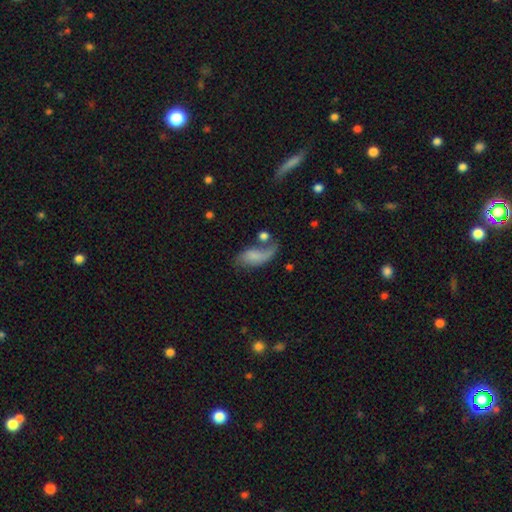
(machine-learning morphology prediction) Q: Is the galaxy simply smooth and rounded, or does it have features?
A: smooth — 56%.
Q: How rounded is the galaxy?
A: in between — 87%.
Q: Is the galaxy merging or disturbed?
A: none — 34%.